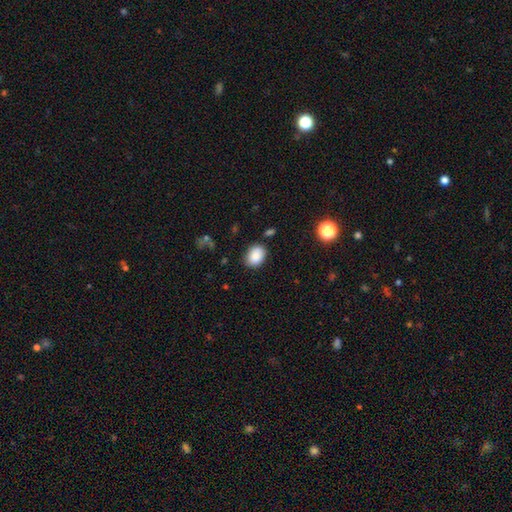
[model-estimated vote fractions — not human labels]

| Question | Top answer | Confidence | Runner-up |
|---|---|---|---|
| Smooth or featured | smooth | 87% | star or artifact (8%) |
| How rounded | in between | 67% | round (32%) |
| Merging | none | 81% | minor disturbance (14%) |